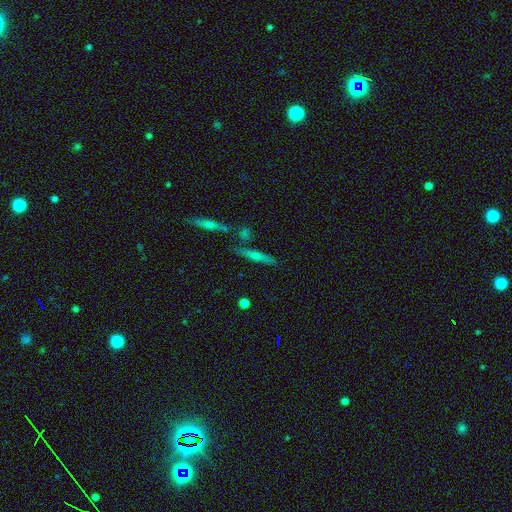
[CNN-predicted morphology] featured or disk 51%, smooth 39%, star or artifact 10%. Down the decision tree: edge-on disk — yes (91%); merging — none (74%).